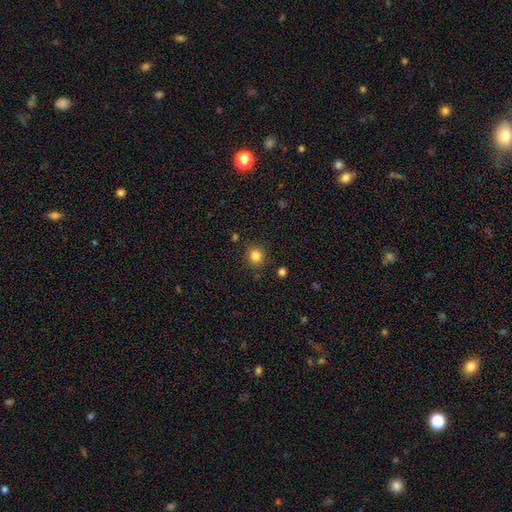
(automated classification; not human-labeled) smooth 83%, star or artifact 12%, featured or disk 5%. Down the decision tree: how rounded — round (88%); merging — none (87%).